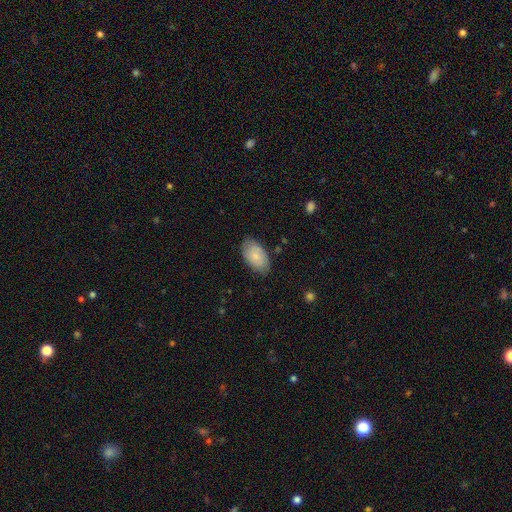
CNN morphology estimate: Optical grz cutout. It shows a smooth galaxy with no disk features (76%) that is in between round and cigar-shaped (95%). Merging: none (80%).